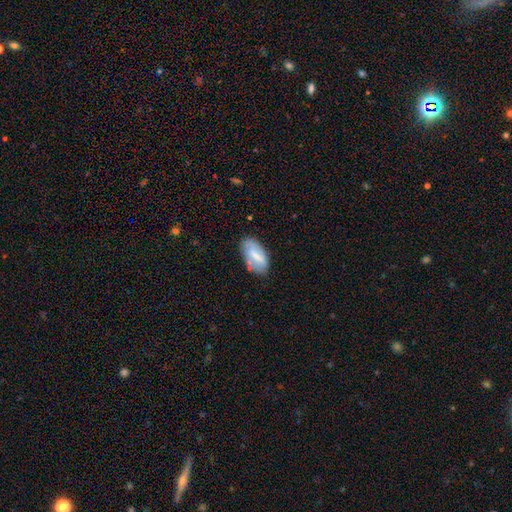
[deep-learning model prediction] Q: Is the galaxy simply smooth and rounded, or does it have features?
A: smooth — 61%.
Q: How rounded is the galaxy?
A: in between — 91%.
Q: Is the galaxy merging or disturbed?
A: none — 71%.